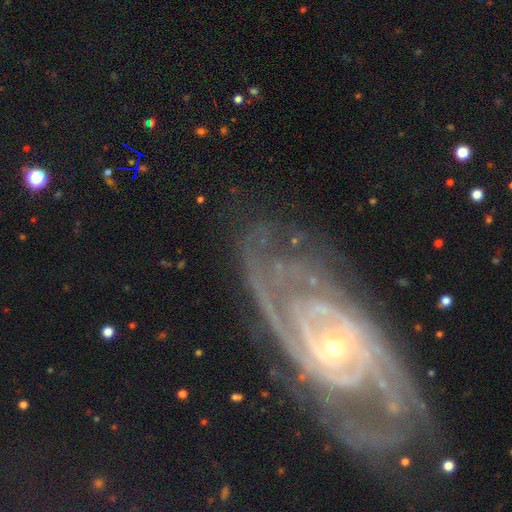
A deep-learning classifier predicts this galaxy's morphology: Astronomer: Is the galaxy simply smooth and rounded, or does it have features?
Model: featured or disk — 87%.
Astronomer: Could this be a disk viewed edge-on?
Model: no — 94%.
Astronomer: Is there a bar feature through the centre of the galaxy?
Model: no — 62%.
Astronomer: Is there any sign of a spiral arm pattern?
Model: yes — 97%.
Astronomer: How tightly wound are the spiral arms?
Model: tight — 69%.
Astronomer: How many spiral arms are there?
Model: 2 — 33% (runner-up: can't tell, 24%).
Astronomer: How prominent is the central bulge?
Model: small — 70%.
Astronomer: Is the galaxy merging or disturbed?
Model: none — 74%.